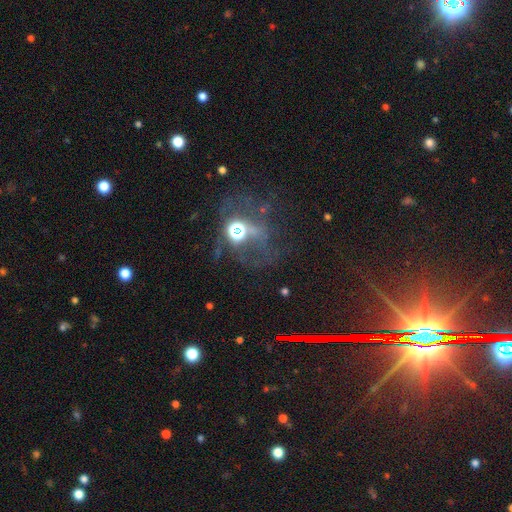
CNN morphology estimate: The model was most divided on "smooth or featured": star or artifact: 44%, featured or disk: 36%, smooth: 20%.